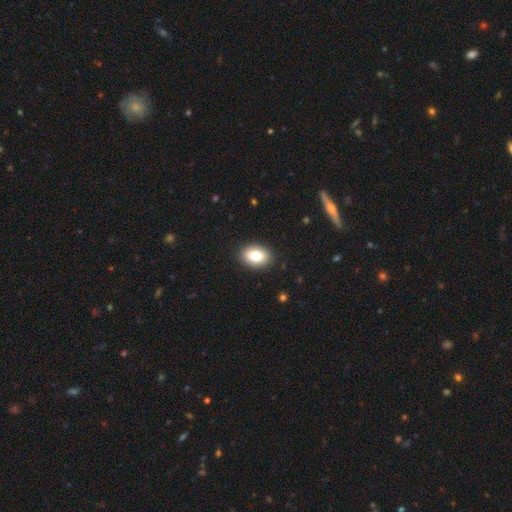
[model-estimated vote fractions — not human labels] A smooth galaxy with no disk features (81%) that is in between round and cigar-shaped (83%).

Vote fractions:
- Smooth or featured? smooth: 81% / featured or disk: 11% / star or artifact: 8%
- How rounded? in between: 83% / round: 16% / cigar-shaped: 1%
- Merging? none: 90% / minor disturbance: 7% / major disturbance: 2% / merger: 1%